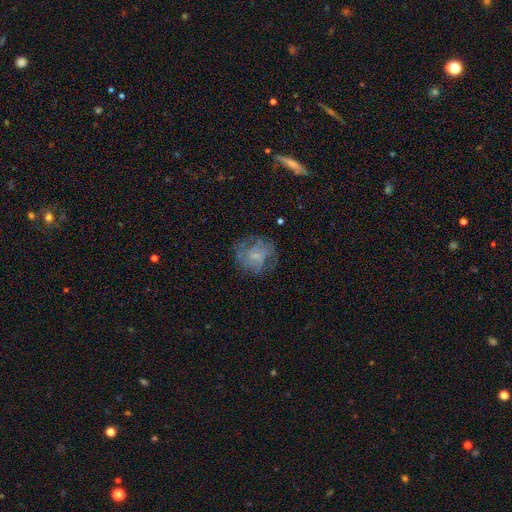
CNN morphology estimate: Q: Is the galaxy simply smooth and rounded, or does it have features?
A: featured or disk — 52%.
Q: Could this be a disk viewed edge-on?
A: no — 98%.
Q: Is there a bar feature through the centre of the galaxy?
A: no — 65%.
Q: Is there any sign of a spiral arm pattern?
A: yes — 61%.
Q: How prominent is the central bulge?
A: small — 60%.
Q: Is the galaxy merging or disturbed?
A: none — 63%.